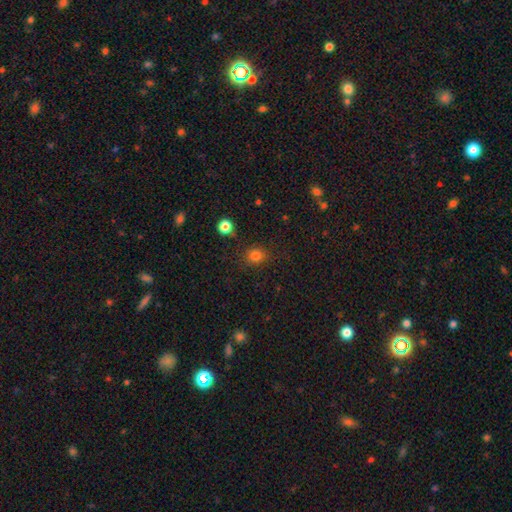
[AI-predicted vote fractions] smooth 80%, star or artifact 15%, featured or disk 5%. Down the decision tree: how rounded — round (83%); merging — none (85%).